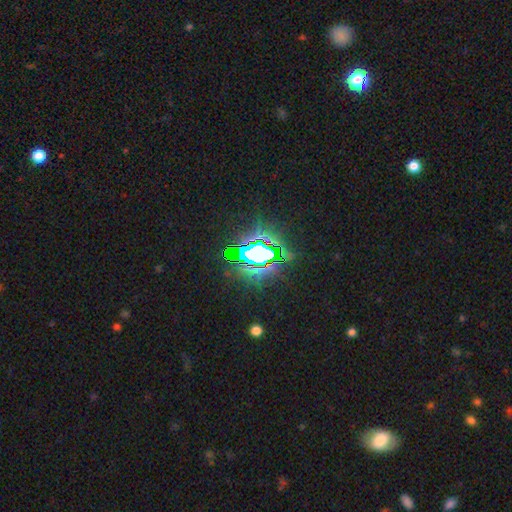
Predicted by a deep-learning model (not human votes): Smooth or featured: star or artifact — 80% (smooth — 11%)